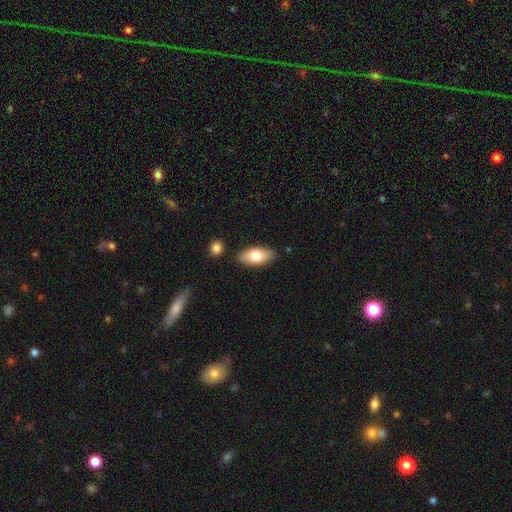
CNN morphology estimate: Overall: smooth (75%). How rounded: in between (87%). Merging: none (84%).